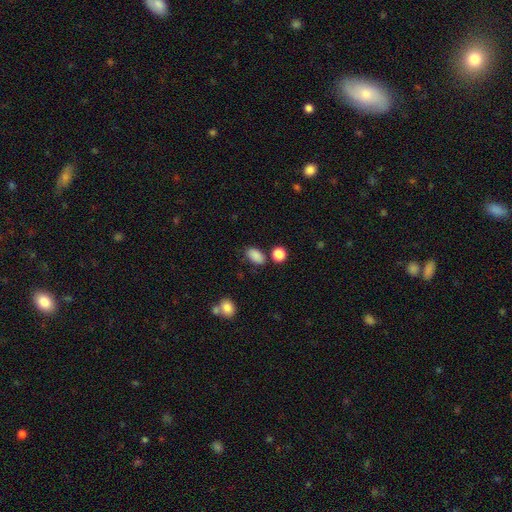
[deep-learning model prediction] smooth_or_featured: smooth (p=0.87) [alt: star or artifact p=0.09]
how_rounded: in between (p=0.89) [alt: round p=0.09]
merging: none (p=0.75) [alt: minor disturbance p=0.14]